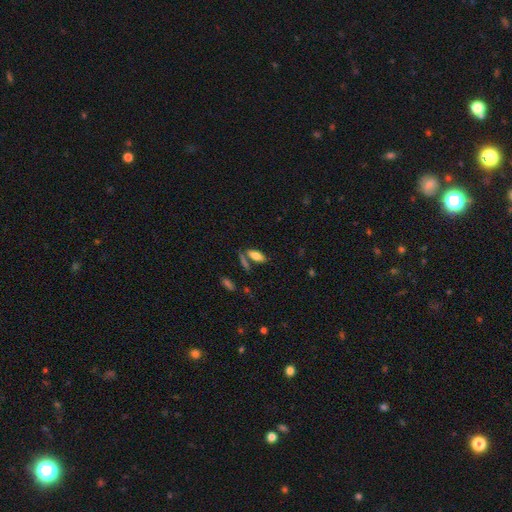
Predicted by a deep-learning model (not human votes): A smooth galaxy with no disk features (74%) that is in between round and cigar-shaped (72%).

Vote fractions:
- Smooth or featured? smooth: 74% / featured or disk: 18% / star or artifact: 8%
- How rounded? in between: 72% / cigar-shaped: 25% / round: 3%
- Merging? none: 68% / merger: 14% / minor disturbance: 13% / major disturbance: 4%